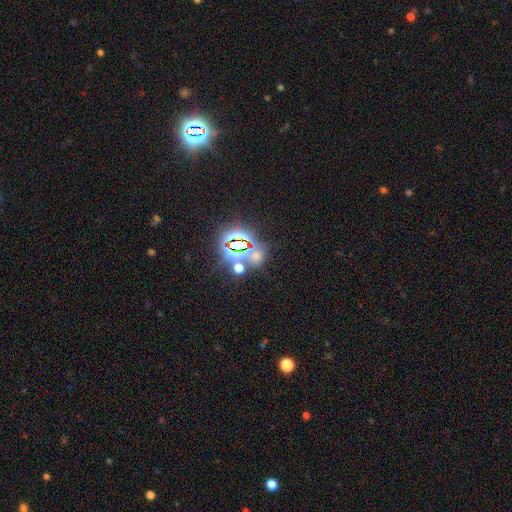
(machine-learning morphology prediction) This appears to be a star or artifact, not a galaxy (57%).